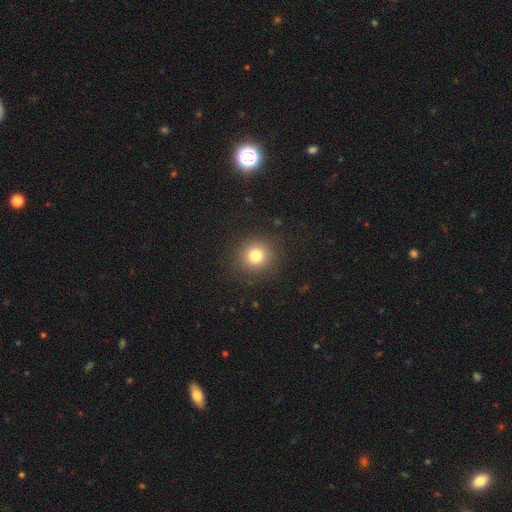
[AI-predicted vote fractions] A smooth galaxy with no disk features (79%) that is round (92%). Merging: none (90%).